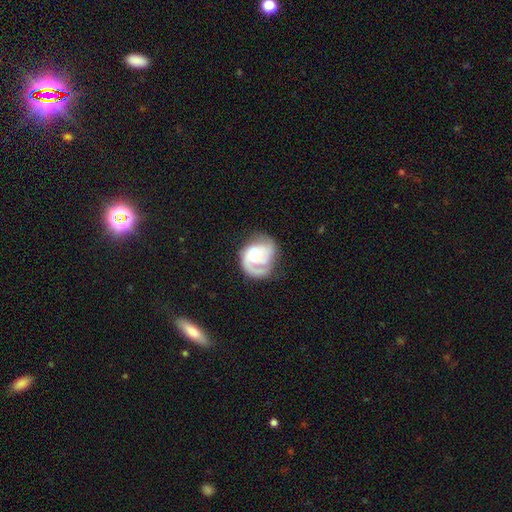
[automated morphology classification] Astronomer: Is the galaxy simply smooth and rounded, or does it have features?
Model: featured or disk — 77%.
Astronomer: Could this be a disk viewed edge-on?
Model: no — 98%.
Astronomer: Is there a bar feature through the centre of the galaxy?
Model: no — 66%.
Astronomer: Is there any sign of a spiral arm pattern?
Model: yes — 92%.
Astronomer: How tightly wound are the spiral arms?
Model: tight — 45% (runner-up: medium, 39%).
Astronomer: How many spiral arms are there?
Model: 1 — 44% (runner-up: 2, 37%).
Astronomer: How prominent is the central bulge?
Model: moderate — 35% (runner-up: small, 31%).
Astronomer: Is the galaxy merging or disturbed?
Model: none — 54%.